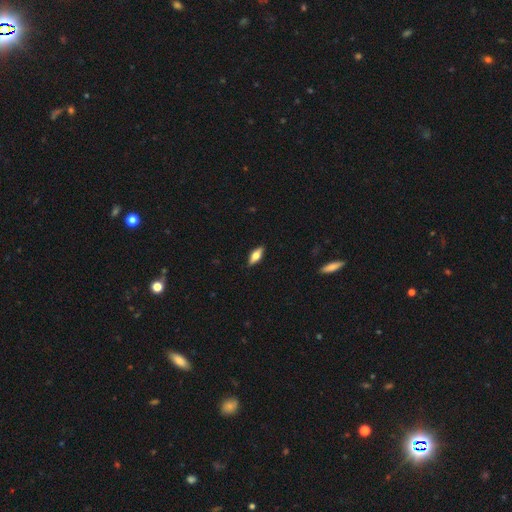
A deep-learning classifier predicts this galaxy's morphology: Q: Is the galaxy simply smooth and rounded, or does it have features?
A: smooth — 62%.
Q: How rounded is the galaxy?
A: in between — 76%.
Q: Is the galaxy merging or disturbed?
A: none — 88%.